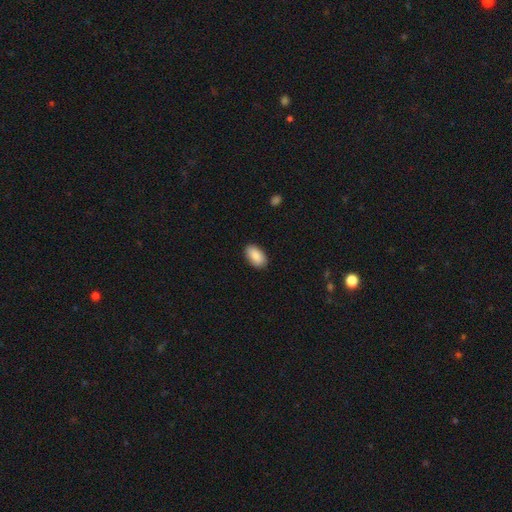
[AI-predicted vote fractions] Smooth or featured: smooth — 88% (star or artifact — 6%)
How rounded: in between — 94% (round — 4%)
Merging: none — 88% (minor disturbance — 9%)